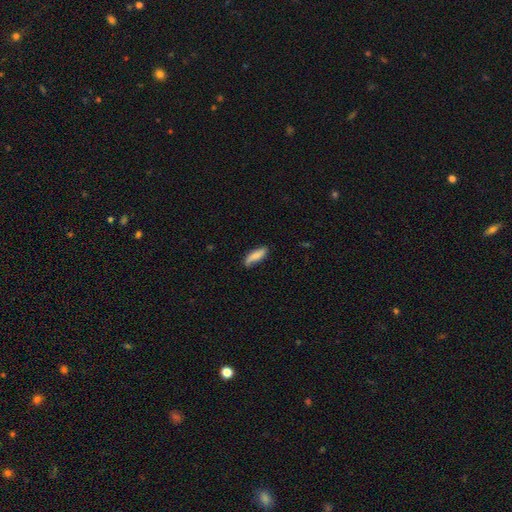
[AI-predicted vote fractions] Morphology: type=smooth (79%); roundness=in between (54%); merging=none (72%).